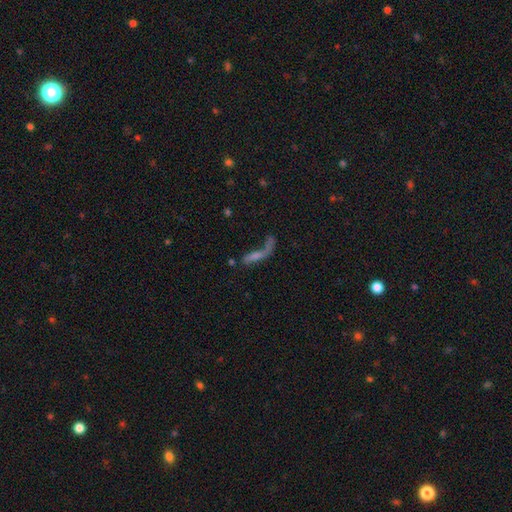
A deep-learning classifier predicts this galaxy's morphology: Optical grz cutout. It shows a smooth galaxy with no disk features (42%). Merging: major disturbance (33%).